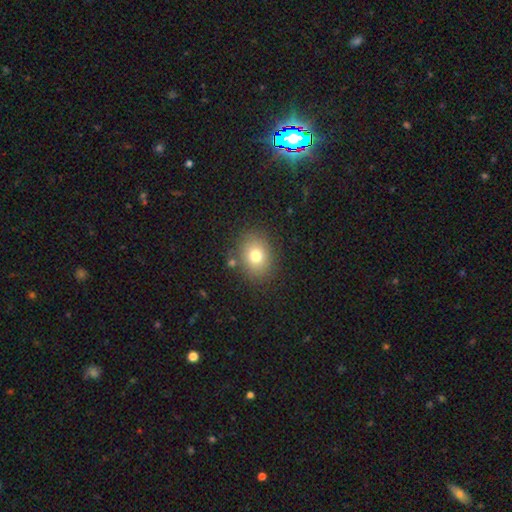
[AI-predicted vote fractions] This appears to be a smooth galaxy with no disk features (76%) that is round (50%). Merging: none (83%).